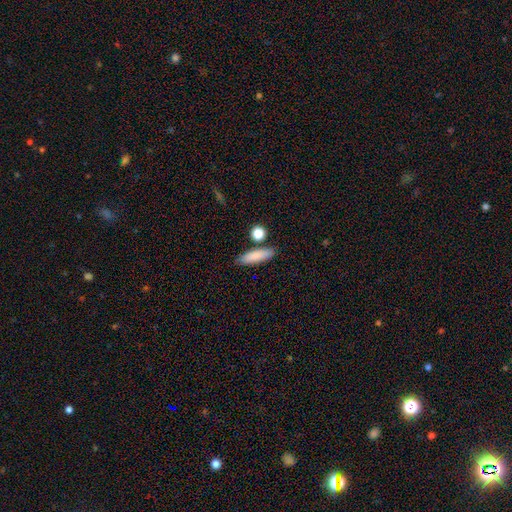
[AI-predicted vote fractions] This is clearly a smooth galaxy (85%). How rounded: possibly cigar-shaped (60%). Merging: likely none (79%).